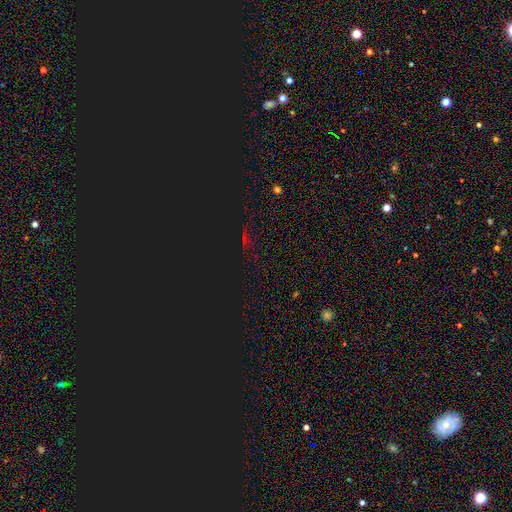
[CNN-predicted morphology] type=star or artifact (80%).